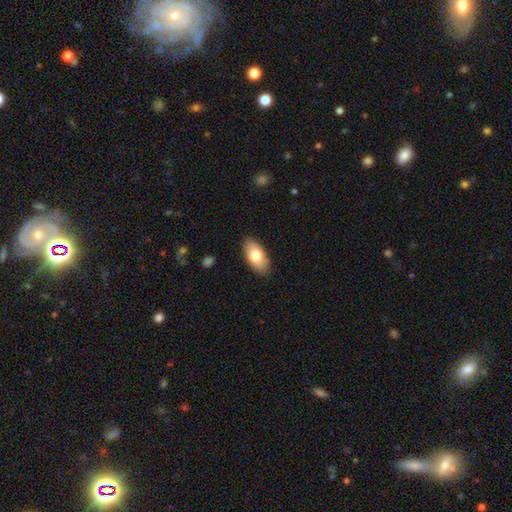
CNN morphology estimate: The model was most divided on "smooth or featured": smooth: 76%, featured or disk: 18%, star or artifact: 6%. More confident: how rounded — in between (92%); merging — none (87%).